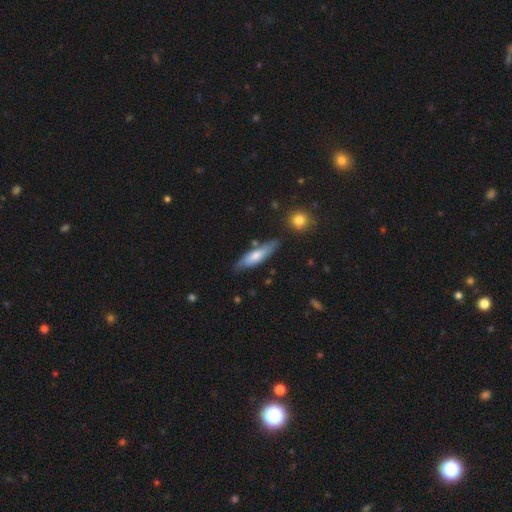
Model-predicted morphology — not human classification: A smooth galaxy with no disk features (62%) that is cigar-shaped (64%).

Vote fractions:
- Smooth or featured? smooth: 62% / featured or disk: 32% / star or artifact: 6%
- How rounded? cigar-shaped: 64% / in between: 34% / round: 2%
- Merging? none: 75% / minor disturbance: 17% / merger: 5% / major disturbance: 3%